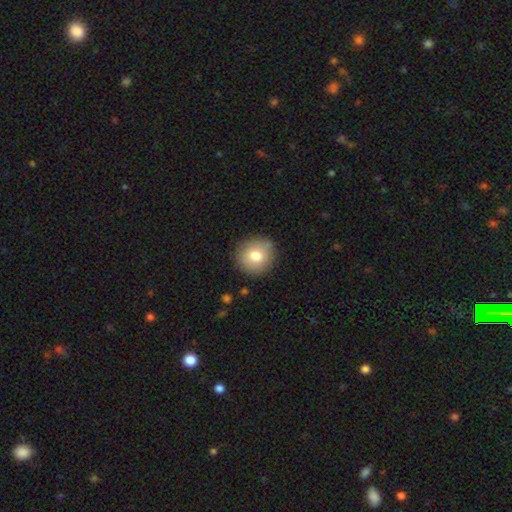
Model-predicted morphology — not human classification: Smooth or featured? Predicted: smooth (p=0.79). How rounded? Predicted: round (p=0.91). Merging? Predicted: none (p=0.88).